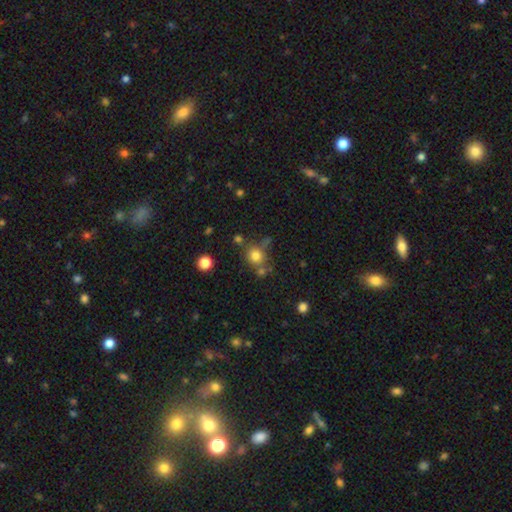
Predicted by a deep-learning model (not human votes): Overall: smooth (78%). How rounded: round (84%). Merging: none (66%).